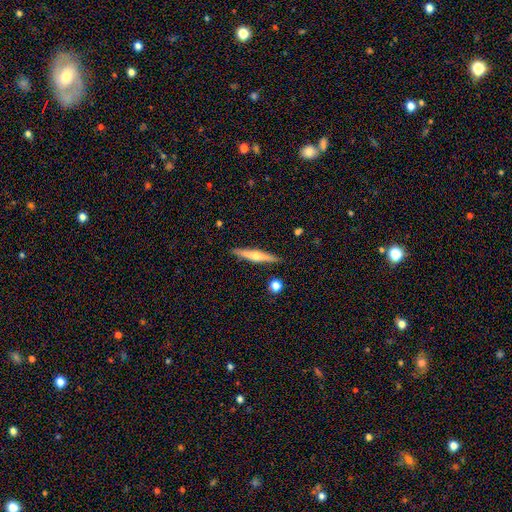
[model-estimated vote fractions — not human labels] A featured or disk galaxy (59%) viewed edge-on (95%) with a rounded central bulge (87%).

Vote fractions:
- Smooth or featured? featured or disk: 59% / smooth: 35% / star or artifact: 6%
- Edge-on disk? yes: 95% / no: 5%
- Edge-on bulge? rounded: 87% / none: 10% / boxy: 3%
- Merging? none: 89% / minor disturbance: 8% / merger: 2% / major disturbance: 2%